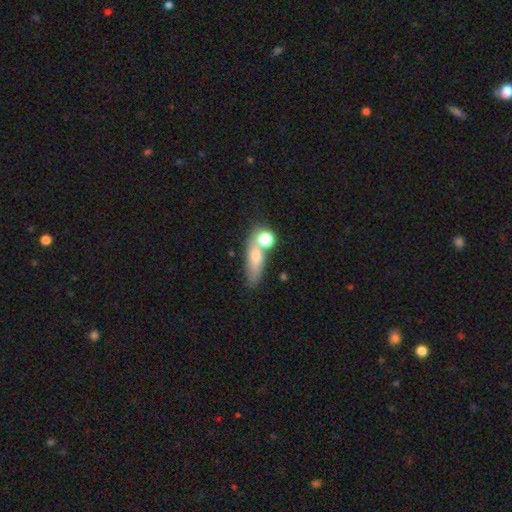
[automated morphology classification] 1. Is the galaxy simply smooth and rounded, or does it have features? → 64% smooth, 23% featured or disk, 13% star or artifact.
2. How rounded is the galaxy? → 45% in between, 38% cigar-shaped, 17% round.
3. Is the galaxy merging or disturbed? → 53% none, 26% merger, 14% minor disturbance, 8% major disturbance.